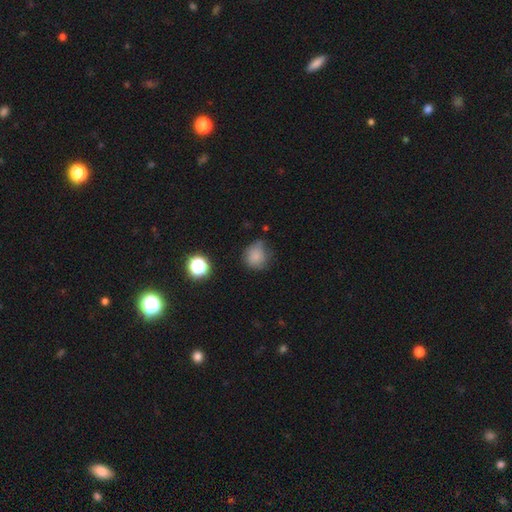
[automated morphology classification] smooth-or-featured: smooth: 77% | star or artifact: 13% | featured or disk: 10%
  how-rounded: round: 81% | in between: 18% | cigar-shaped: 1%
  merging: none: 53% | minor disturbance: 33% | major disturbance: 10% | merger: 3%